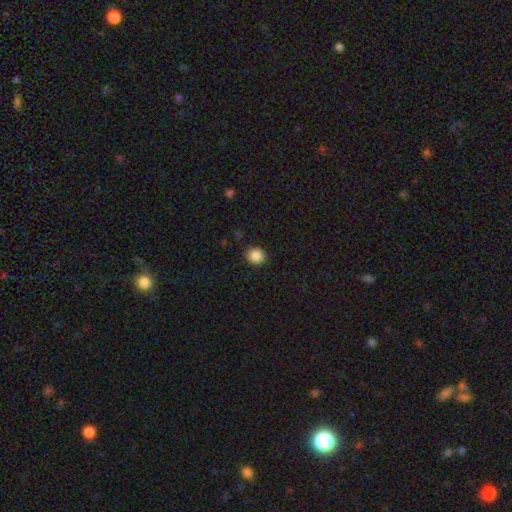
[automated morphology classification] smooth_or_featured: smooth (p=0.87) [alt: star or artifact p=0.10]
how_rounded: round (p=0.76) [alt: in between p=0.23]
merging: none (p=0.87) [alt: minor disturbance p=0.10]